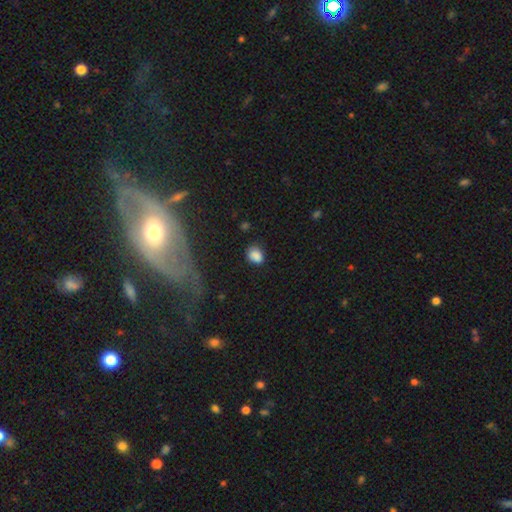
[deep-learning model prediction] Q: Smooth or featured?
A: smooth (85%); runner-up: star or artifact (10%)
Q: How rounded?
A: in between (56%); runner-up: round (43%)
Q: Merging?
A: none (69%); runner-up: minor disturbance (22%)